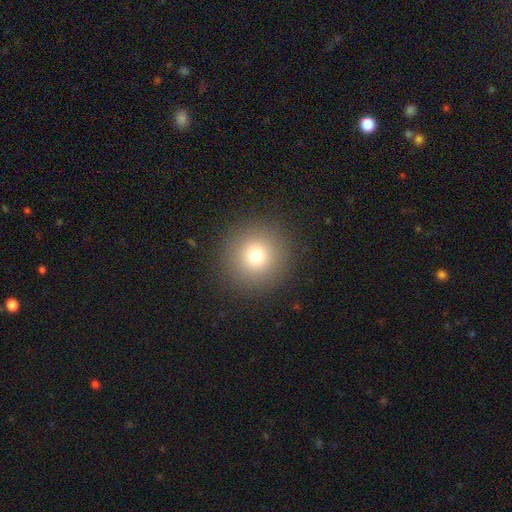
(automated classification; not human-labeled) Morphology: type=smooth (75%); roundness=round (95%); merging=none (91%).